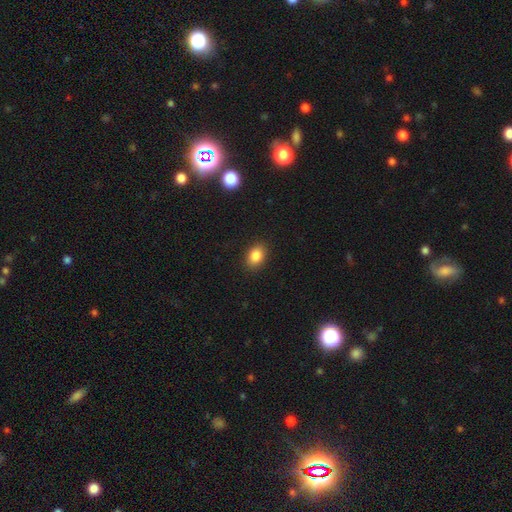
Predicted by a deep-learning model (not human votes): This appears to be a smooth galaxy with no disk features (86%) that is in between round and cigar-shaped (75%). Merging: none (88%).